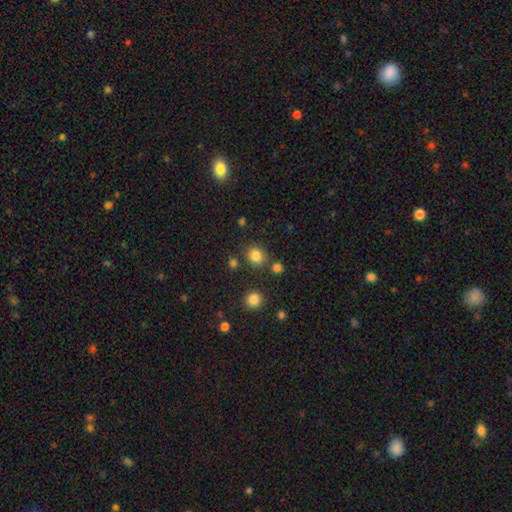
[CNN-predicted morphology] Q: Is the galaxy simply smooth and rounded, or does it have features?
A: smooth — 82%.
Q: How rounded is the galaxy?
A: round — 81%.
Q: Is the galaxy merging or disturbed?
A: none — 80%.